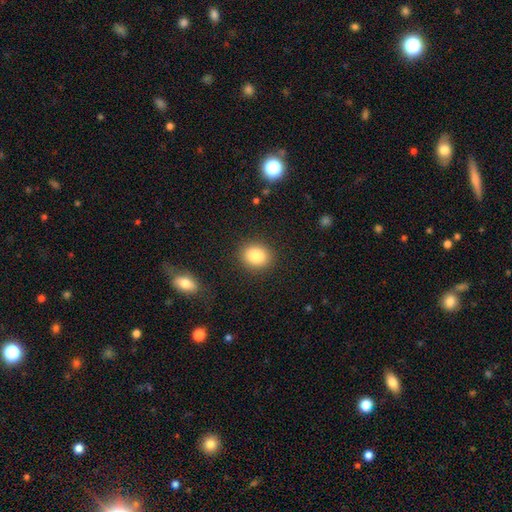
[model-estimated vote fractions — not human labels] A smooth galaxy with no disk features (85%) that is round (66%).

Vote fractions:
- Smooth or featured? smooth: 85% / star or artifact: 9% / featured or disk: 6%
- How rounded? round: 66% / in between: 33% / cigar-shaped: 1%
- Merging? none: 89% / minor disturbance: 7% / major disturbance: 3% / merger: 1%